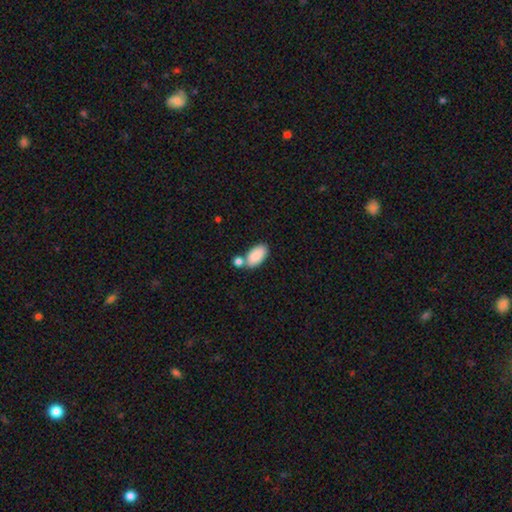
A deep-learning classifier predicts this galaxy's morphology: Q: Smooth or featured?
A: smooth (88%); runner-up: star or artifact (6%)
Q: How rounded?
A: in between (95%); runner-up: round (3%)
Q: Merging?
A: none (61%); runner-up: merger (23%)